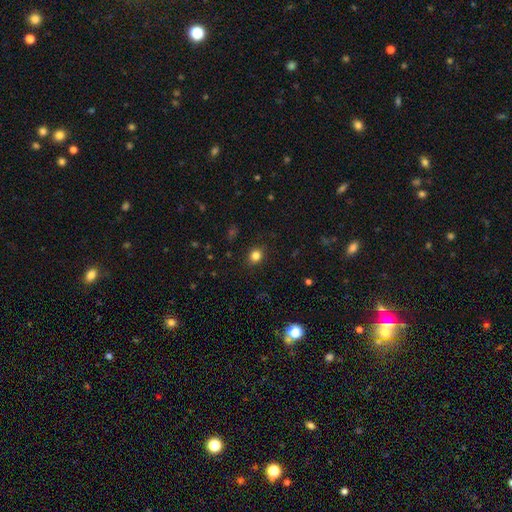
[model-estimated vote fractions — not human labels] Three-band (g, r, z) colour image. It shows a smooth galaxy with no disk features (83%) that is round (73%). Merging: none (89%).